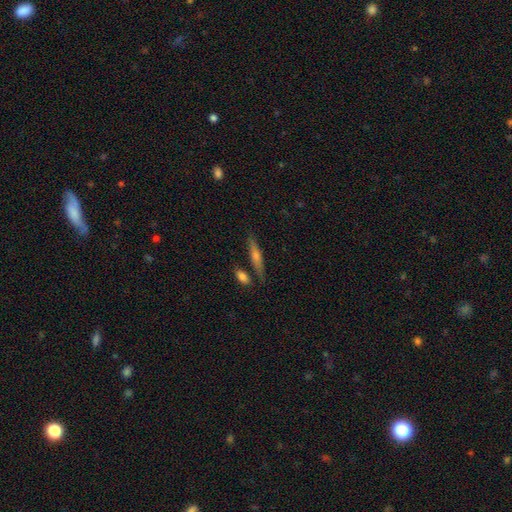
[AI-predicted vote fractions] Overall: featured or disk (48%; smooth 44%). Merging: none (80%).